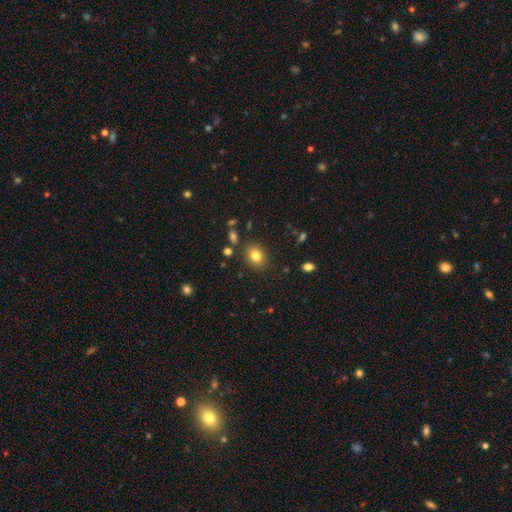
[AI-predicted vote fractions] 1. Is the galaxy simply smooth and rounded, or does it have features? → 81% smooth, 11% star or artifact, 8% featured or disk.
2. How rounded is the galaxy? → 60% round, 39% in between, 1% cigar-shaped.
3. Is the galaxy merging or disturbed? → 85% none, 9% minor disturbance, 3% merger, 3% major disturbance.